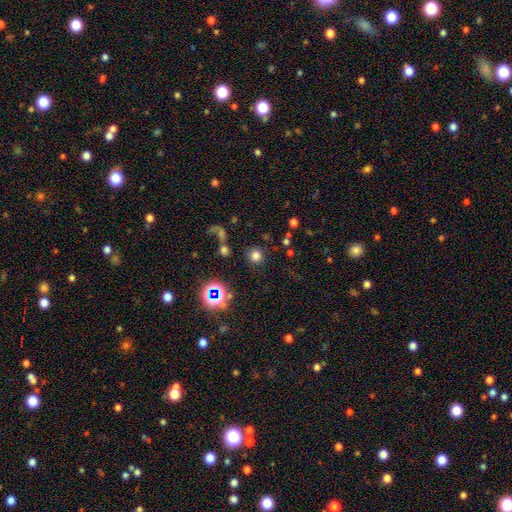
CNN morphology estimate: A smooth galaxy with no disk features (71%) that is round (92%). Merging: none (81%).